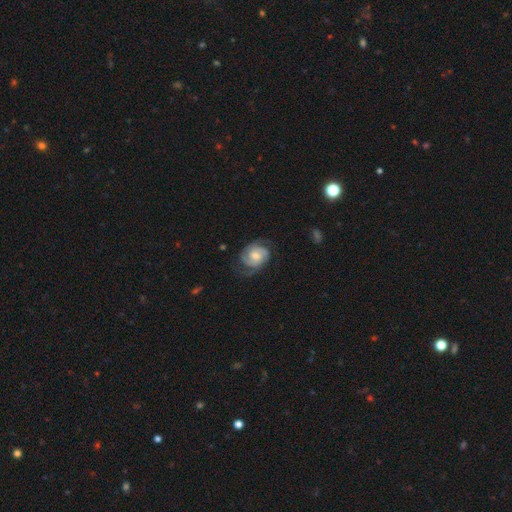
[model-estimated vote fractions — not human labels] Smooth or featured? featured or disk (84%)
Edge-on disk? no (98%)
Bar? no (60%)
Spiral arms? yes (97%)
Spiral winding? tight (55%)
Spiral arm count? 2 (63%)
Bulge size? moderate (57%)
Merging? none (68%)